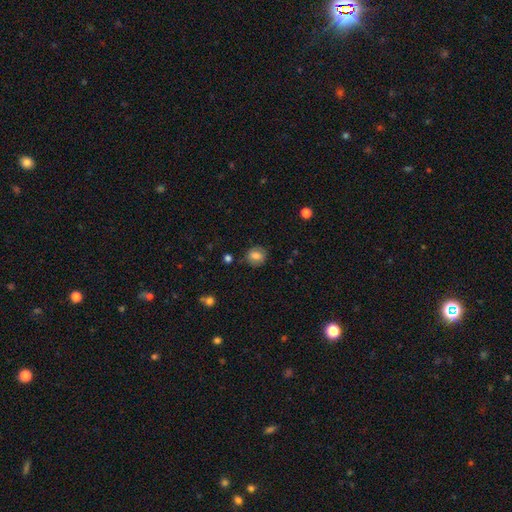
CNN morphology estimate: Smooth or featured?
  - smooth: 78% *
  - featured or disk: 12%
  - star or artifact: 10%
How rounded?
  - round: 76% *
  - in between: 23%
  - cigar-shaped: 1%
Merging?
  - none: 82% *
  - minor disturbance: 13%
  - major disturbance: 3%
  - merger: 2%